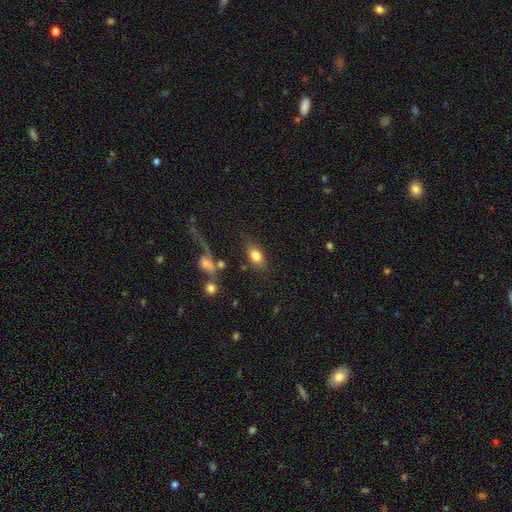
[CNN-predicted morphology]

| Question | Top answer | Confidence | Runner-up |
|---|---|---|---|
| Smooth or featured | smooth | 78% | featured or disk (13%) |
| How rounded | in between | 86% | round (9%) |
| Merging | none | 72% | minor disturbance (14%) |